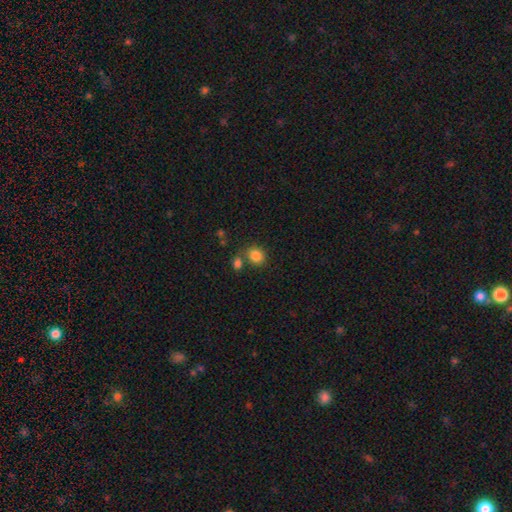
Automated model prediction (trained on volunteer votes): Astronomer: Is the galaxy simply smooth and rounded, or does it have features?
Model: smooth — 84%.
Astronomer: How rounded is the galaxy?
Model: round — 70%.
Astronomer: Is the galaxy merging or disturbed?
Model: none — 68%.